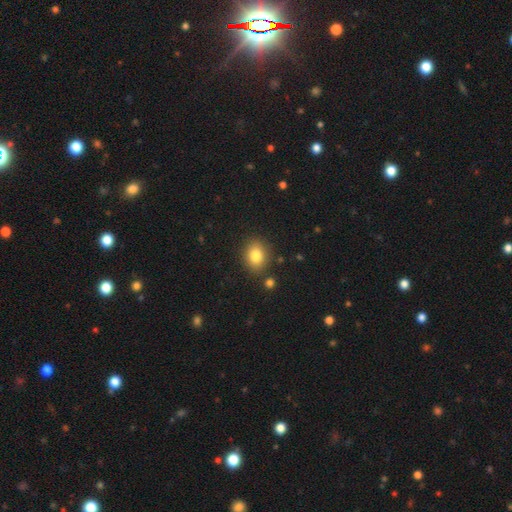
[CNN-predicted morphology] A smooth galaxy with no disk features (82%) that is in between round and cigar-shaped (50%).

Vote fractions:
- Smooth or featured? smooth: 82% / star or artifact: 10% / featured or disk: 8%
- How rounded? in between: 50% / round: 49% / cigar-shaped: 1%
- Merging? none: 85% / minor disturbance: 9% / merger: 4% / major disturbance: 3%